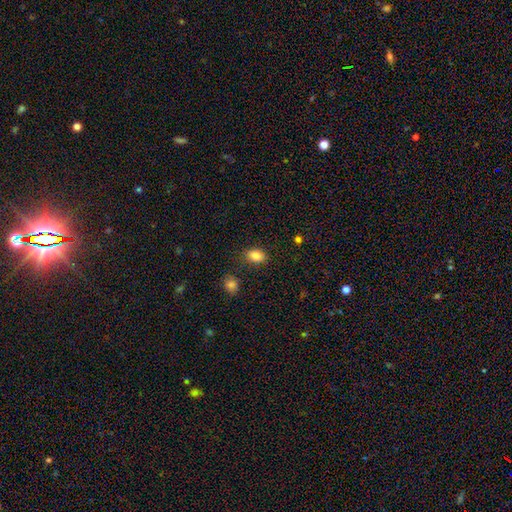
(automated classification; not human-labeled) Smooth or featured? Predicted: smooth (p=0.85). How rounded? Predicted: in between (p=0.77). Merging? Predicted: none (p=0.83).